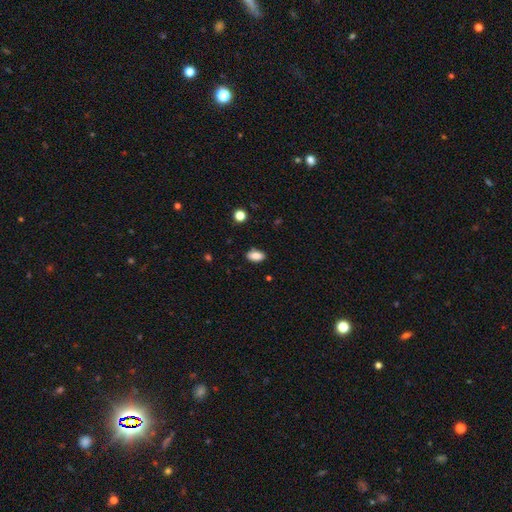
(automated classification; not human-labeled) Morphology: type=smooth (86%); roundness=in between (91%); merging=none (85%).